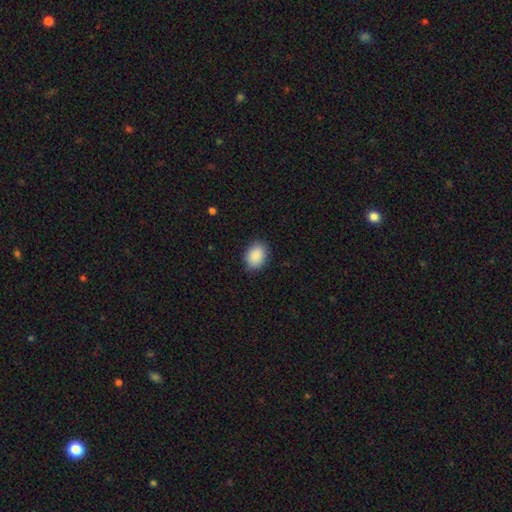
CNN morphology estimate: smooth_or_featured: smooth (p=0.90) [alt: star or artifact p=0.07]
how_rounded: in between (p=0.68) [alt: round p=0.31]
merging: none (p=0.87) [alt: minor disturbance p=0.10]